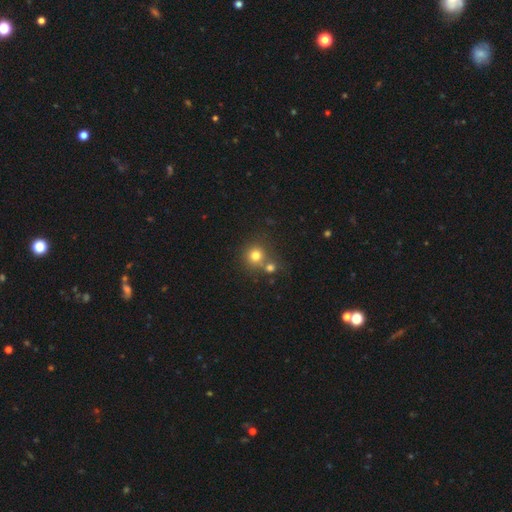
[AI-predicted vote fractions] Q: Smooth or featured?
A: smooth (76%); runner-up: star or artifact (15%)
Q: How rounded?
A: round (90%); runner-up: in between (9%)
Q: Merging?
A: none (57%); runner-up: merger (32%)